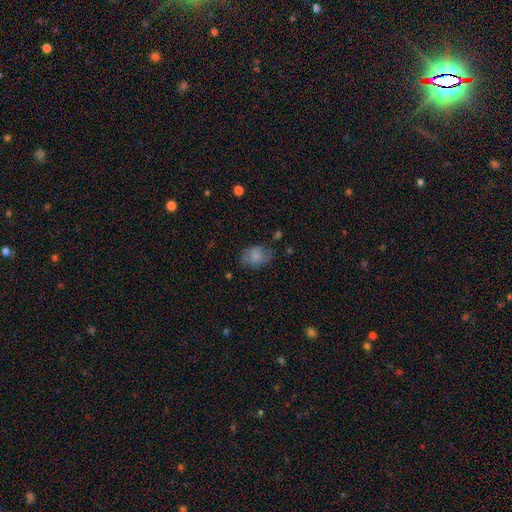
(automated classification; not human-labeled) smooth_or_featured: smooth (p=0.75) [alt: featured or disk p=0.17]
how_rounded: in between (p=0.77) [alt: round p=0.22]
merging: none (p=0.66) [alt: minor disturbance p=0.24]